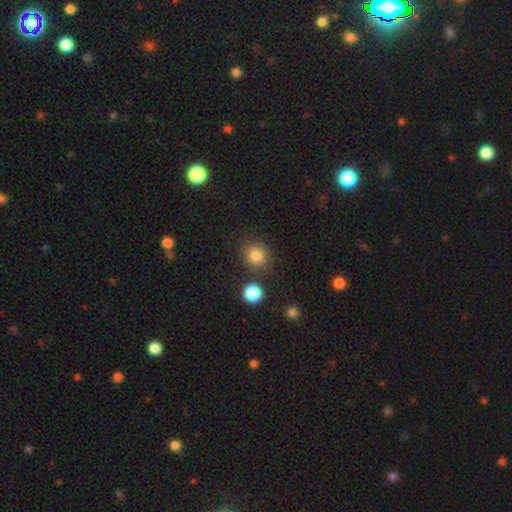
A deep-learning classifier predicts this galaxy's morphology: smooth_or_featured: smooth (p=0.83) [alt: star or artifact p=0.12]
how_rounded: round (p=0.85) [alt: in between p=0.14]
merging: none (p=0.81) [alt: minor disturbance p=0.09]